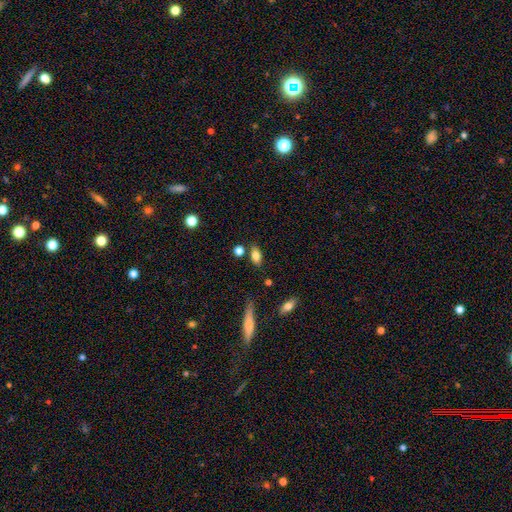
smooth 78%, featured or disk 14%, star or artifact 8%. Down the decision tree: how rounded — in between (90%); merging — none (68%).